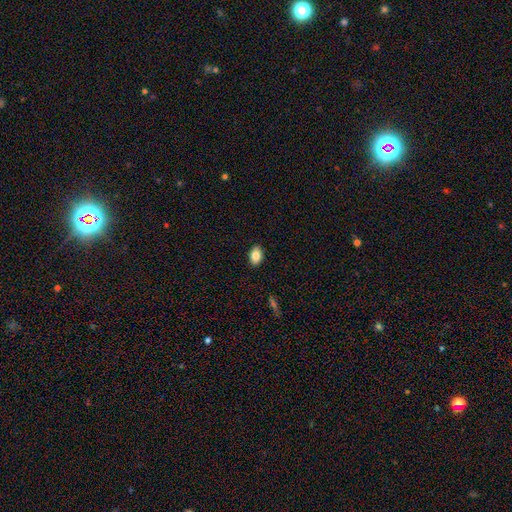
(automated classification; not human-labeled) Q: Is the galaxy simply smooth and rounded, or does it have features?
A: smooth — 85%.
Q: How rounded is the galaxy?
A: in between — 88%.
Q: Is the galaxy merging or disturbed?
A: none — 89%.